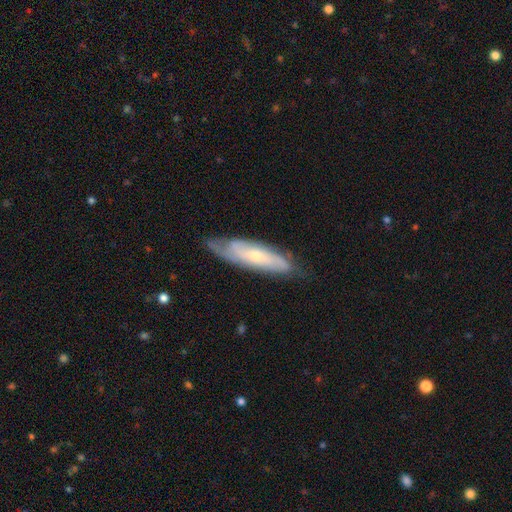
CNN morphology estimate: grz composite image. It shows a featured or disk galaxy (66%). Merging: none (70%).